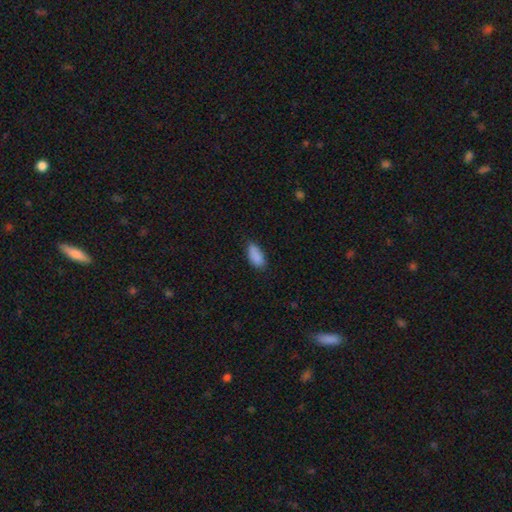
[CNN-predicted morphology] The model was most divided on "merging": none: 78%, minor disturbance: 18%, major disturbance: 3%, merger: 1%. More confident: how rounded — in between (91%); smooth or featured — smooth (89%).